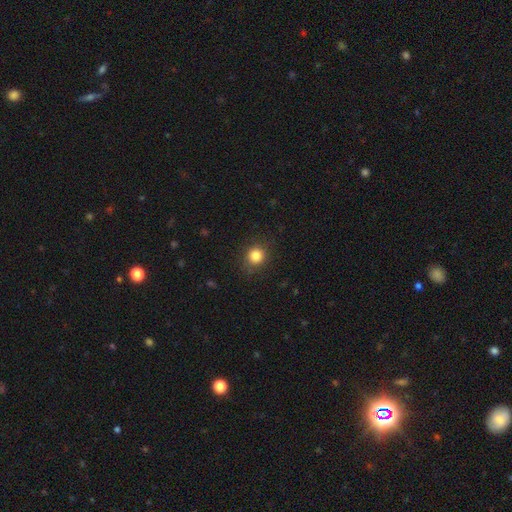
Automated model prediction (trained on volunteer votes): This appears to be a smooth galaxy with no disk features (83%) that is round (85%). Merging: none (85%).